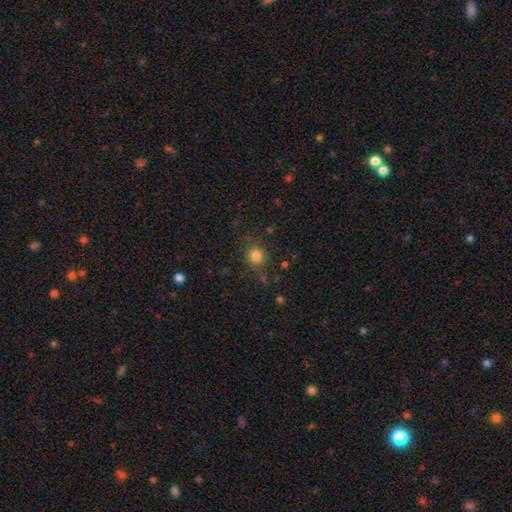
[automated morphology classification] The model was most divided on "smooth or featured": smooth: 82%, star or artifact: 12%, featured or disk: 6%. More confident: how rounded — round (86%); merging — none (82%).